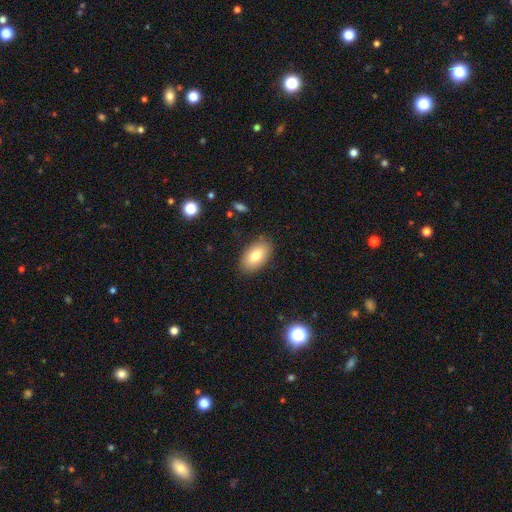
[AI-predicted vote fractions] smooth 78%, featured or disk 15%, star or artifact 7%. Down the decision tree: how rounded — in between (93%); merging — none (86%).